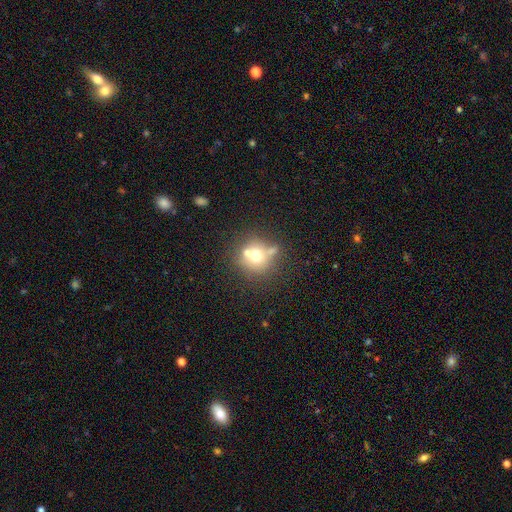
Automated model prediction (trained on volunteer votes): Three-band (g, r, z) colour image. It shows a smooth galaxy with no disk features (63%) that is round (88%). Merging: none (53%).